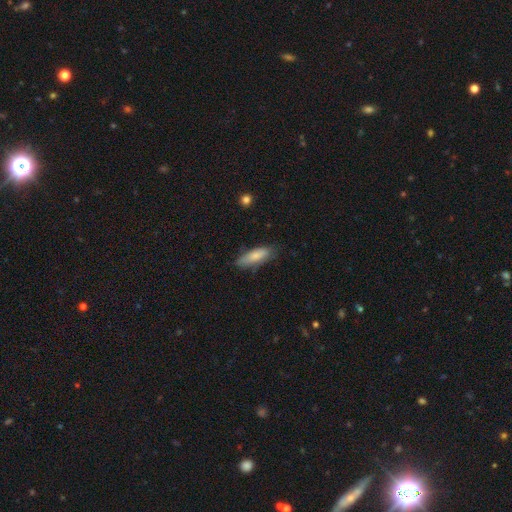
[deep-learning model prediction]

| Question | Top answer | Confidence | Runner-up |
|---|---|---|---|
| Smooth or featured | smooth | 80% | featured or disk (14%) |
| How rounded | in between | 55% | cigar-shaped (43%) |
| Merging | none | 75% | minor disturbance (19%) |